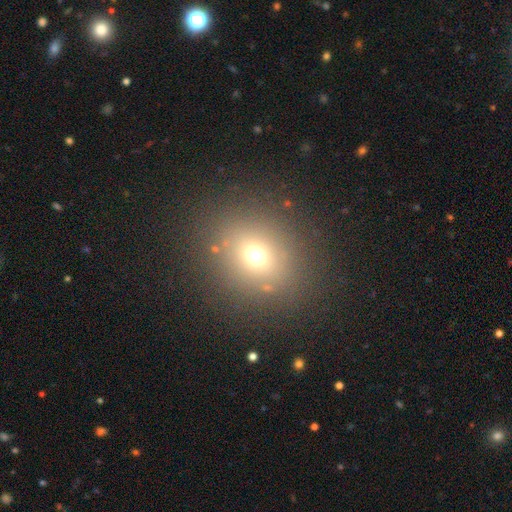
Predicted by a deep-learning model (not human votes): Q: Smooth or featured?
A: smooth (66%); runner-up: star or artifact (21%)
Q: How rounded?
A: round (72%); runner-up: in between (27%)
Q: Merging?
A: none (84%); runner-up: minor disturbance (9%)